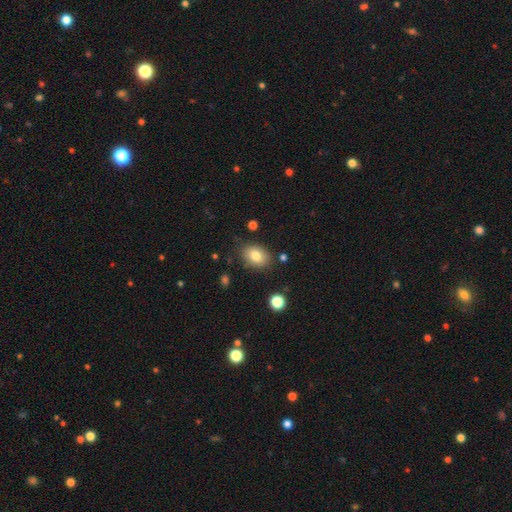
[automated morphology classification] smooth_or_featured: smooth (p=0.81) [alt: featured or disk p=0.10]
how_rounded: in between (p=0.75) [alt: round p=0.24]
merging: none (p=0.80) [alt: minor disturbance p=0.14]